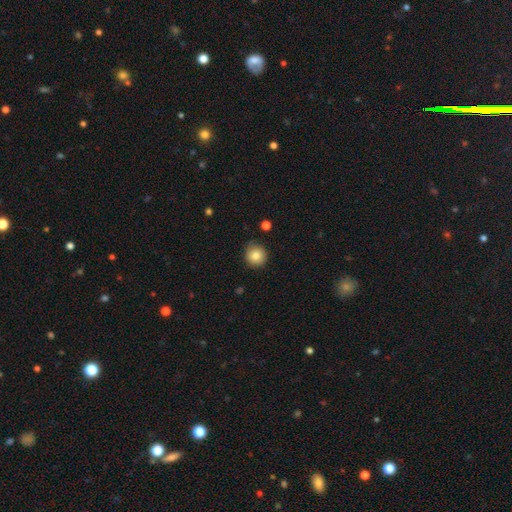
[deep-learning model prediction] smooth 83%, star or artifact 9%, featured or disk 8%. Down the decision tree: how rounded — round (91%); merging — none (85%).